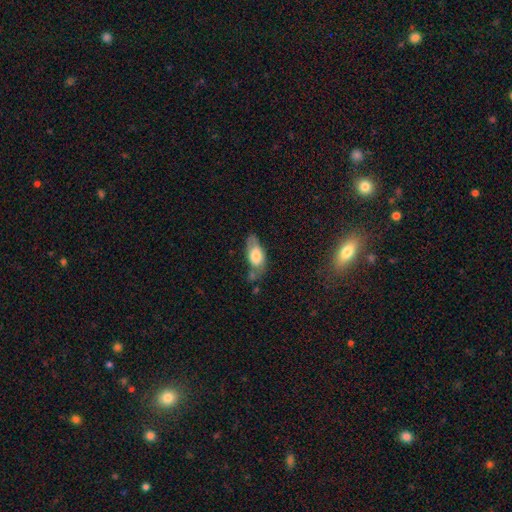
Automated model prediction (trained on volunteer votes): This is likely a smooth galaxy (68%). How rounded: clearly in between (86%). Merging: marginally none (44%).